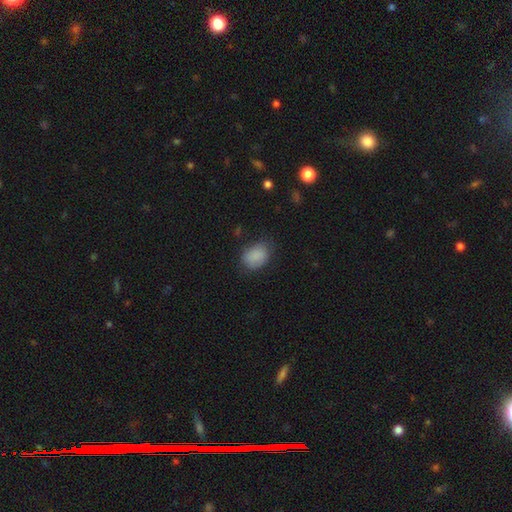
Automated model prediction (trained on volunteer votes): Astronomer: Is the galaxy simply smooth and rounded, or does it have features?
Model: smooth — 86%.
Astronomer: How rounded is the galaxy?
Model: in between — 69%.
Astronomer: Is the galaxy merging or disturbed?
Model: none — 71%.